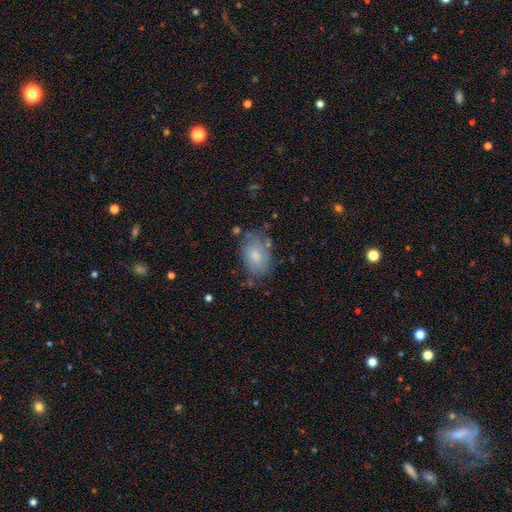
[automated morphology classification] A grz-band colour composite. It shows a smooth galaxy with no disk features (73%) that is in between round and cigar-shaped (82%). Merging: none (64%).